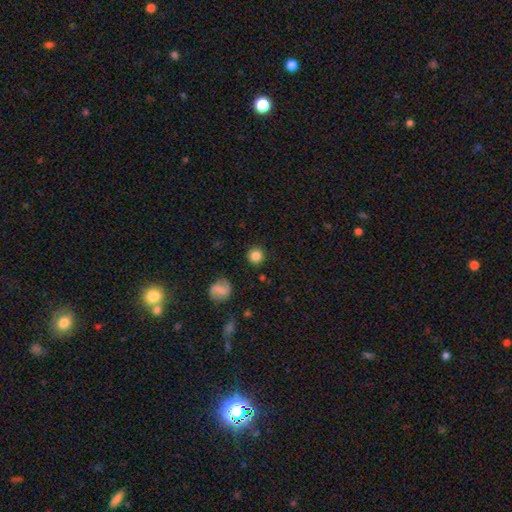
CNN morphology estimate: The model was most divided on "smooth or featured": smooth: 82%, star or artifact: 10%, featured or disk: 8%. More confident: how rounded — round (94%); merging — none (89%).